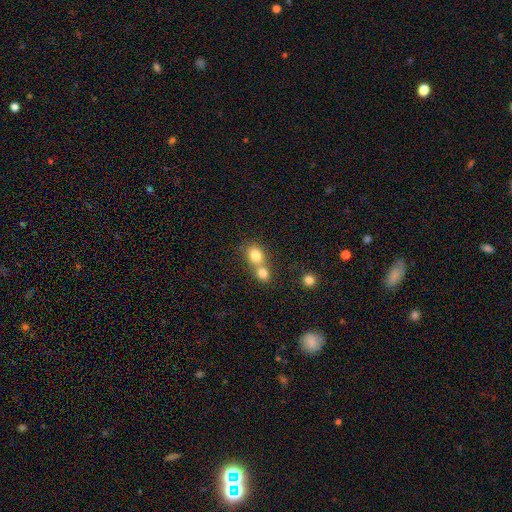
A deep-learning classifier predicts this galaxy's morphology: Smooth or featured? smooth (80%)
How rounded? round (62%)
Merging? merger (61%)